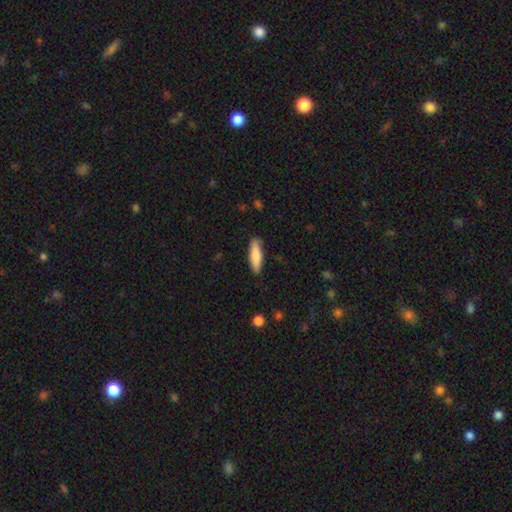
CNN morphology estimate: Smooth or featured? Predicted: smooth (p=0.80). How rounded? Predicted: cigar-shaped (p=0.67). Merging? Predicted: none (p=0.87).